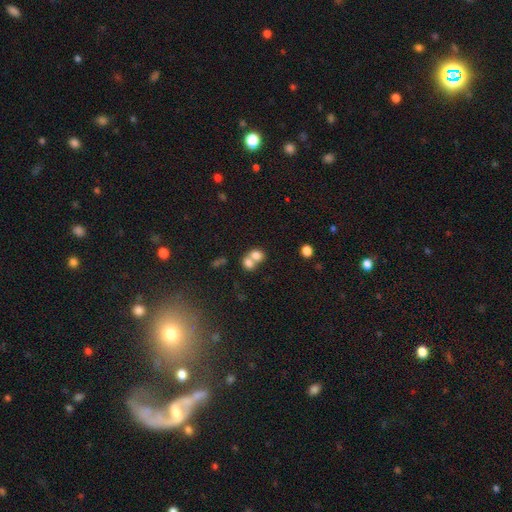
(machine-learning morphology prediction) This appears to be a smooth galaxy with no disk features (75%) that is round (52%). Merging: merger (67%).